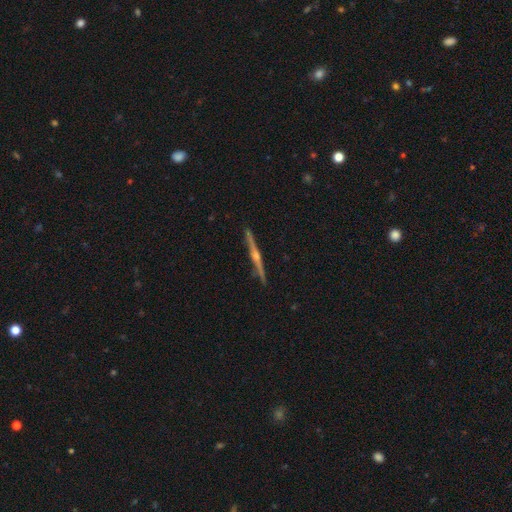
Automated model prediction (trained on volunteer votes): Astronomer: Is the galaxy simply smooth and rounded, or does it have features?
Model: featured or disk — 85%.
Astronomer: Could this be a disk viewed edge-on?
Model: yes — 99%.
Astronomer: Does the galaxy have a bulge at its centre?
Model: rounded — 89%.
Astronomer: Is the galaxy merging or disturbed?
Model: none — 92%.